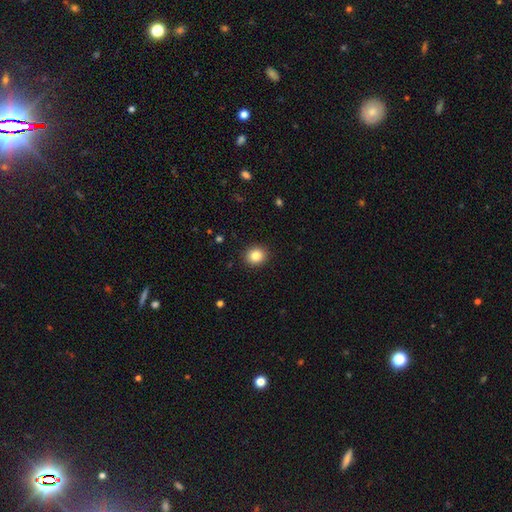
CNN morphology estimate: Smooth or featured? smooth (84%)
How rounded? round (73%)
Merging? none (91%)